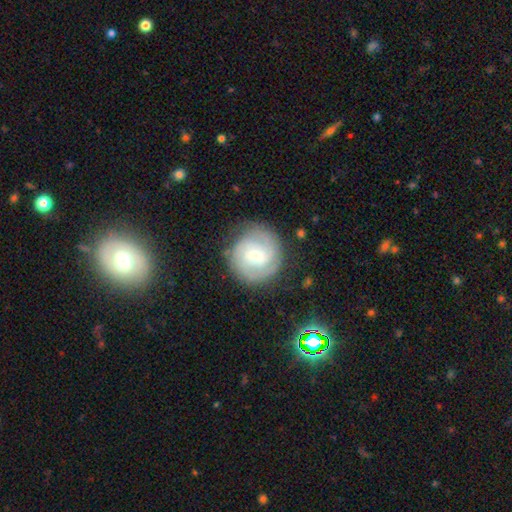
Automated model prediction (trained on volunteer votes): featured or disk 73%, smooth 21%, star or artifact 6%. Down the decision tree: edge-on disk — no (98%); bar — no (51%); spiral arms — yes (92%); spiral arm count — 2 (39%); spiral winding — tight (62%); bulge size — small (53%); merging — none (80%).